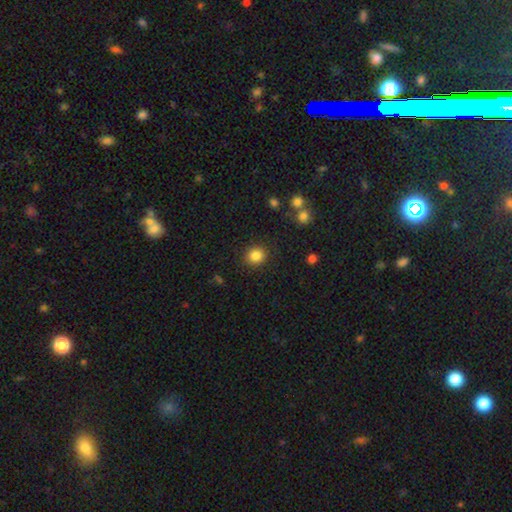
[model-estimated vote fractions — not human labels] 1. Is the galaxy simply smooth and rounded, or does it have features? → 85% smooth, 10% star or artifact, 5% featured or disk.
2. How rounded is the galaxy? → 77% round, 22% in between, 1% cigar-shaped.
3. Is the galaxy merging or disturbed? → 87% none, 8% minor disturbance, 3% major disturbance, 2% merger.